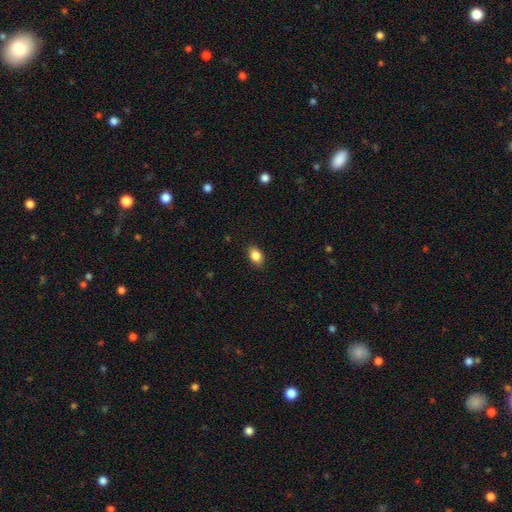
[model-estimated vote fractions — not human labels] This appears to be a smooth galaxy with no disk features (85%) that is in between round and cigar-shaped (82%). Merging: none (88%).